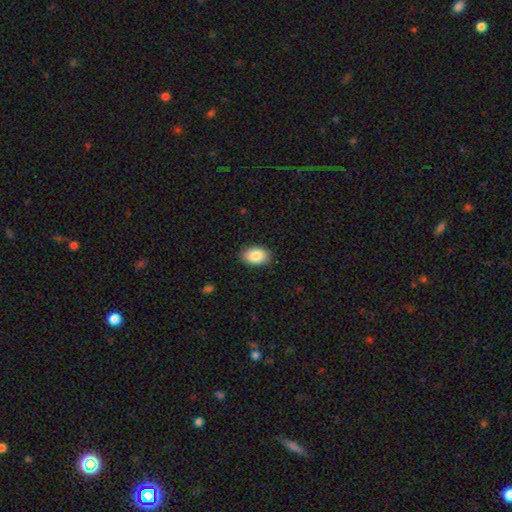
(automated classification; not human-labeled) Smooth or featured? smooth (87%)
How rounded? in between (87%)
Merging? none (88%)